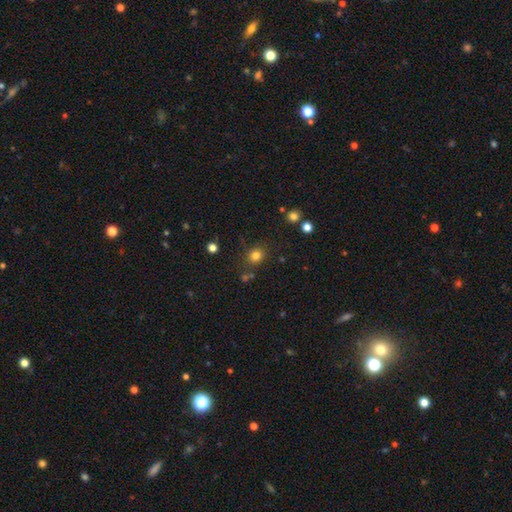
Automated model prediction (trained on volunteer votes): smooth_or_featured: smooth (p=0.80) [alt: star or artifact p=0.14]
how_rounded: round (p=0.77) [alt: in between p=0.23]
merging: none (p=0.81) [alt: minor disturbance p=0.10]